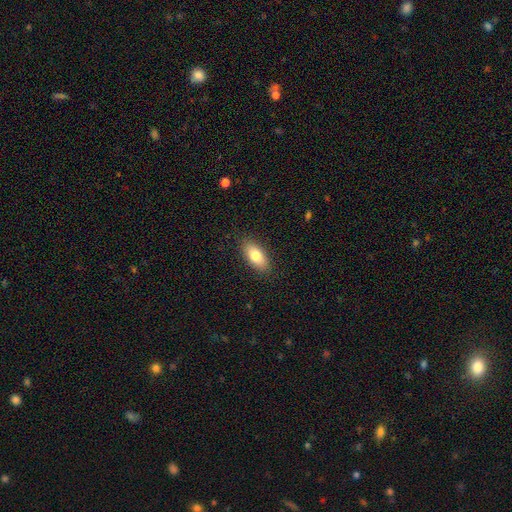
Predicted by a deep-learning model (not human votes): Overall: smooth (79%). How rounded: in between (85%). Merging: none (88%).